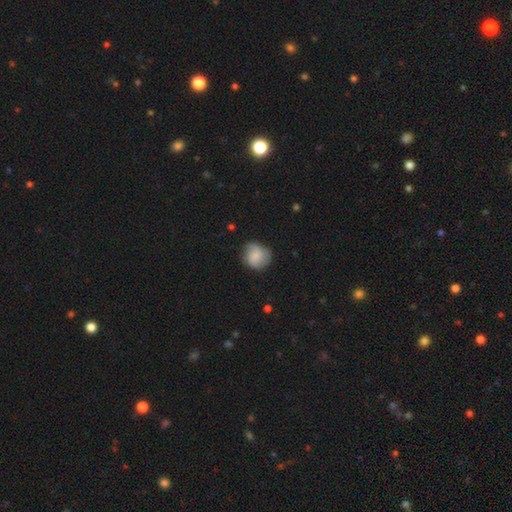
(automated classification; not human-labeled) smooth-or-featured: smooth: 63% | featured or disk: 29% | star or artifact: 8%
  how-rounded: round: 81% | in between: 18% | cigar-shaped: 1%
  merging: none: 66% | minor disturbance: 24% | major disturbance: 8% | merger: 2%